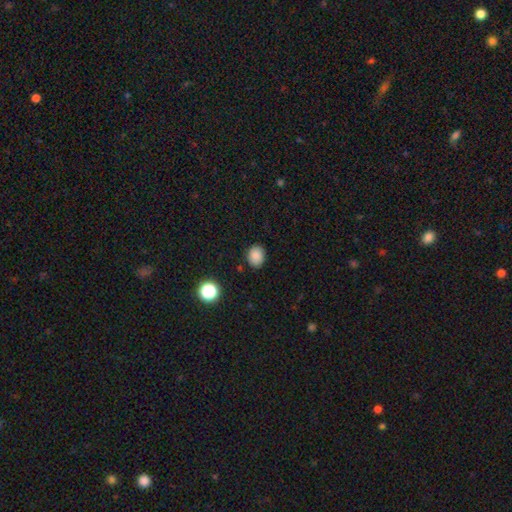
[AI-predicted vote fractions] A smooth galaxy with no disk features (85%) that is round (52%).

Vote fractions:
- Smooth or featured? smooth: 85% / star or artifact: 11% / featured or disk: 4%
- How rounded? round: 52% / in between: 47% / cigar-shaped: 1%
- Merging? none: 86% / minor disturbance: 10% / major disturbance: 2% / merger: 2%